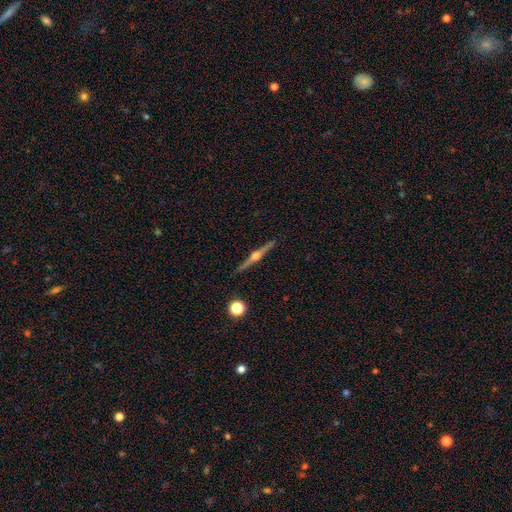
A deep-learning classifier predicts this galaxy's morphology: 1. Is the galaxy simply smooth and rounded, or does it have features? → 83% featured or disk, 10% smooth, 6% star or artifact.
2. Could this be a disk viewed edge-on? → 98% yes, 2% no.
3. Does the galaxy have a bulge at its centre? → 94% rounded, 4% boxy, 2% none.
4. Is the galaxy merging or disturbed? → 91% none, 6% minor disturbance, 1% major disturbance, 1% merger.